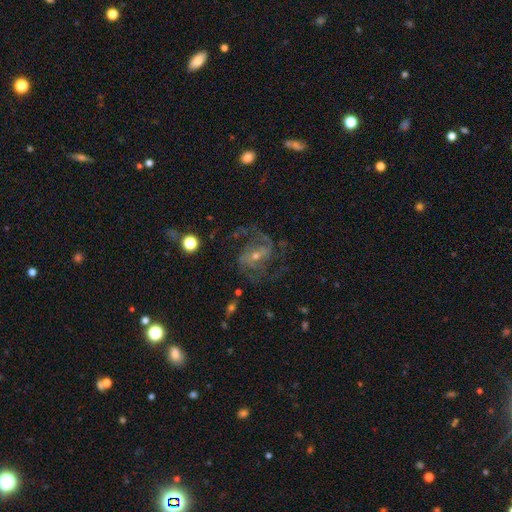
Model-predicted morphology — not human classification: Smooth or featured? featured or disk (85%)
Edge-on disk? no (97%)
Bar? weak (46%)
Spiral arms? yes (93%)
Spiral winding? medium (54%)
Spiral arm count? 2 (64%)
Bulge size? small (58%)
Merging? none (62%)